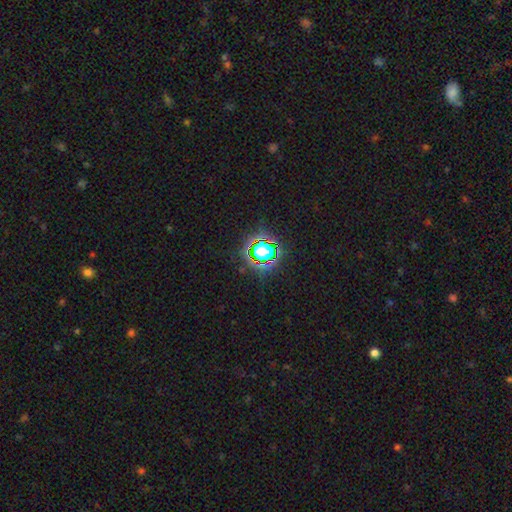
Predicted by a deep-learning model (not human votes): smooth-or-featured: star or artifact: 71% | smooth: 19% | featured or disk: 10%